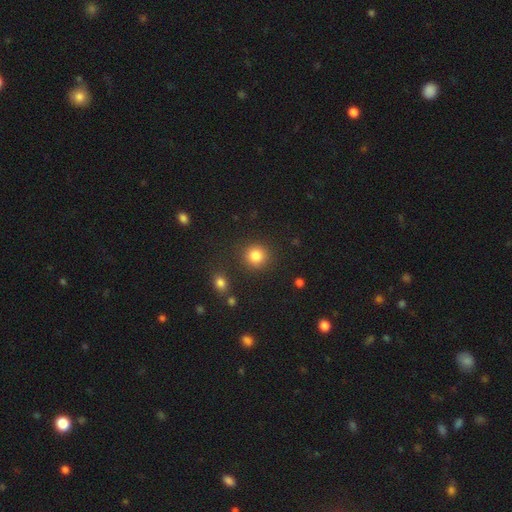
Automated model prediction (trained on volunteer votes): smooth_or_featured: smooth (p=0.84) [alt: star or artifact p=0.11]
how_rounded: round (p=0.91) [alt: in between p=0.08]
merging: none (p=0.87) [alt: minor disturbance p=0.07]